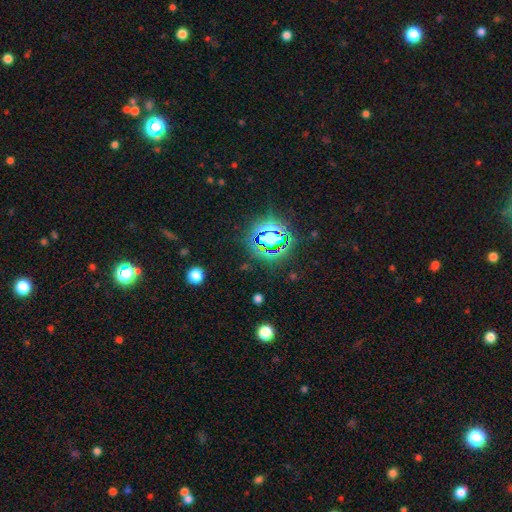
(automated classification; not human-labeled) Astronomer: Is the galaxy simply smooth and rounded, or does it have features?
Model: star or artifact — 78%.